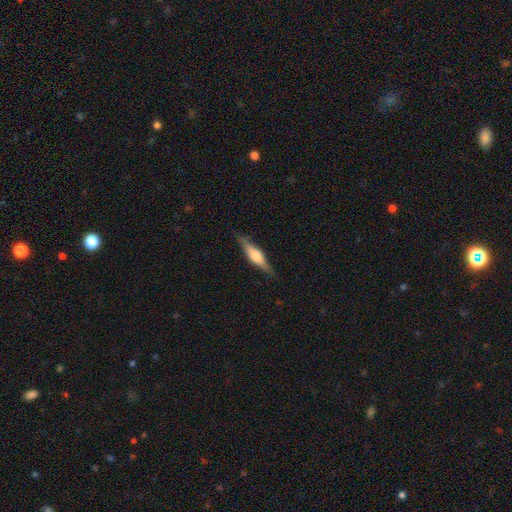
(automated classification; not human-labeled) A featured or disk galaxy (57%) viewed edge-on (96%) with a rounded central bulge (69%). Merging: none (86%).